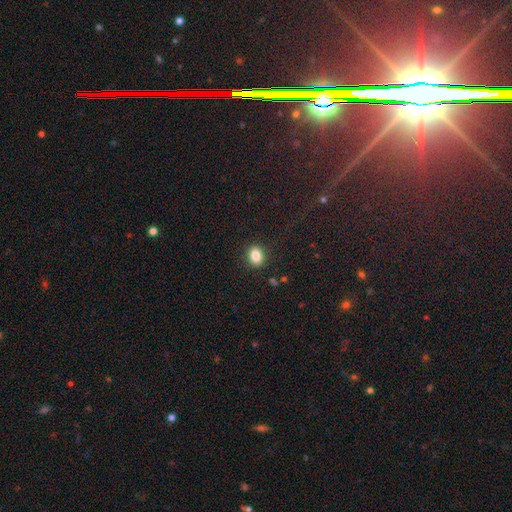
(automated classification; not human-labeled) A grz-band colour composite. It shows a smooth galaxy with no disk features (85%) that is in between round and cigar-shaped (62%). Merging: none (88%).